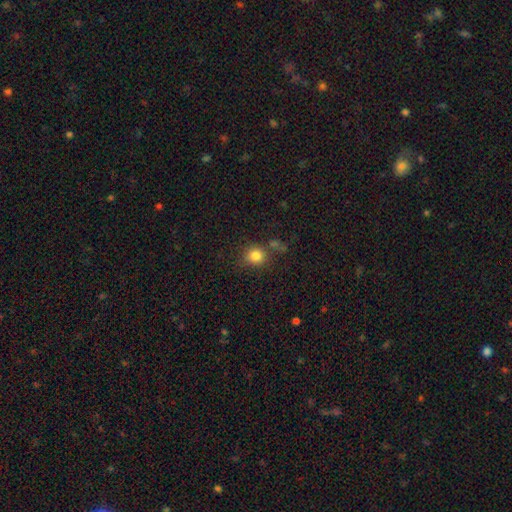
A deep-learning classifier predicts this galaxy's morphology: This appears to be a smooth galaxy with no disk features (82%) that is round (80%). Merging: none (66%).